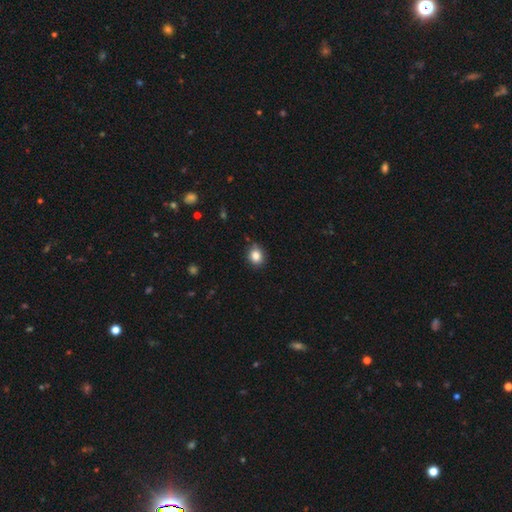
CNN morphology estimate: Smooth or featured: smooth — 84% (star or artifact — 11%)
How rounded: round — 69% (in between — 30%)
Merging: none — 78% (minor disturbance — 16%)